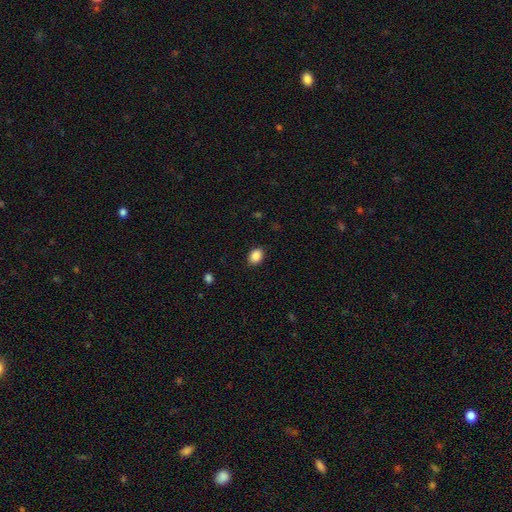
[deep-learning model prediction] Overall: smooth (88%). How rounded: in between (64%; round 35%). Merging: none (88%).